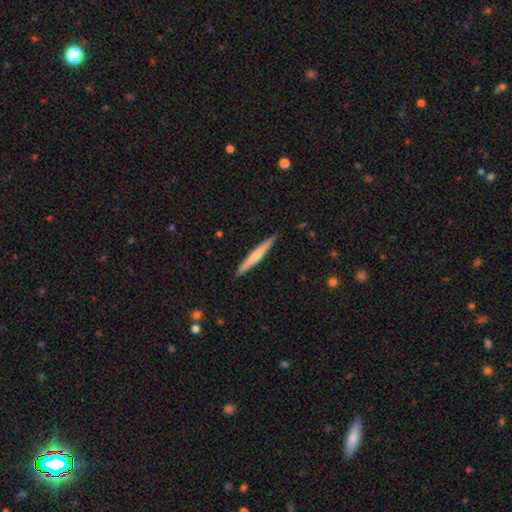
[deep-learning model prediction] Overall: smooth (55%; featured or disk 40%). How rounded: cigar-shaped (96%). Merging: none (90%).